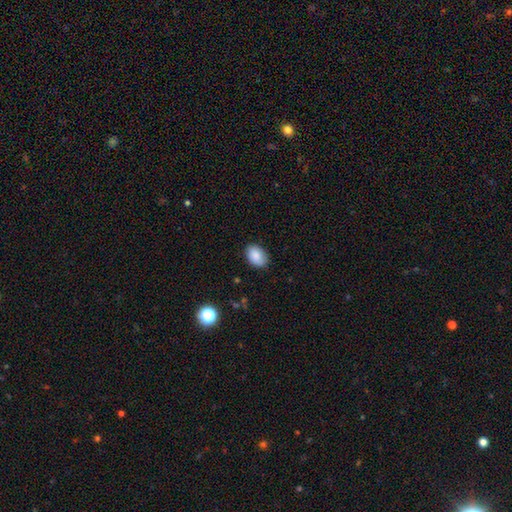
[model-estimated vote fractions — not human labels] This appears to be a smooth galaxy with no disk features (87%) that is in between round and cigar-shaped (85%). Merging: none (83%).